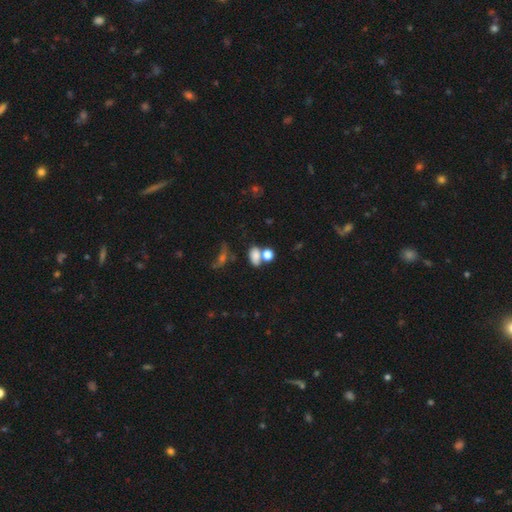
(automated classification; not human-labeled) A smooth galaxy with no disk features (74%) that is in between round and cigar-shaped (68%).

Vote fractions:
- Smooth or featured? smooth: 74% / star or artifact: 16% / featured or disk: 11%
- How rounded? in between: 68% / round: 29% / cigar-shaped: 3%
- Merging? merger: 40% (tied) / none: 40% (tied) / minor disturbance: 13% / major disturbance: 7%